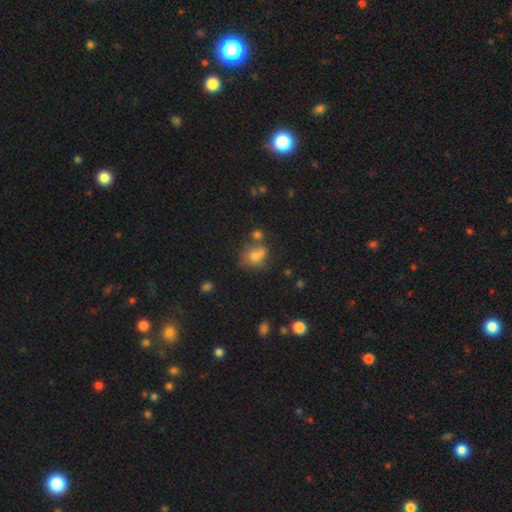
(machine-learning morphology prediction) Smooth or featured? Predicted: smooth (p=0.70). How rounded? Predicted: in between (p=0.51). Merging? Predicted: none (p=0.43).